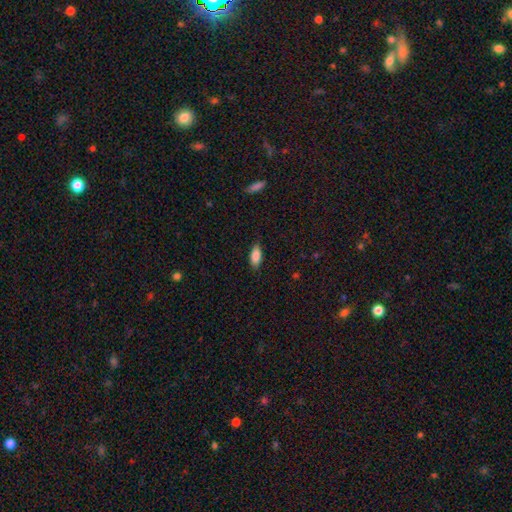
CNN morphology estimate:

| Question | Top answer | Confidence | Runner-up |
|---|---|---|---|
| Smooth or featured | smooth | 87% | star or artifact (7%) |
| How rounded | in between | 84% | cigar-shaped (14%) |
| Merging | none | 83% | minor disturbance (13%) |